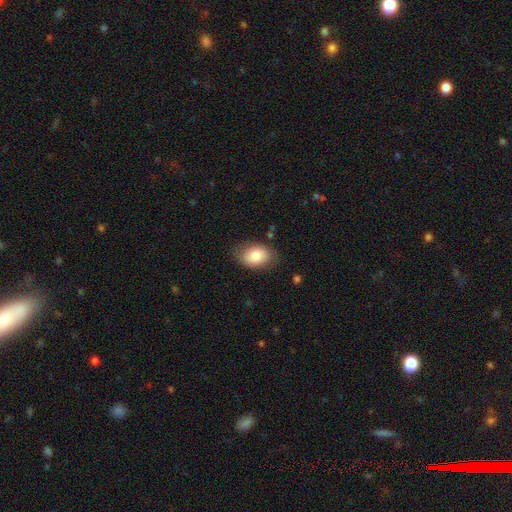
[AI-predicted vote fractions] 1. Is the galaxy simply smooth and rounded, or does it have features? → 81% smooth, 12% featured or disk, 7% star or artifact.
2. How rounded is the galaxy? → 85% in between, 14% round, 1% cigar-shaped.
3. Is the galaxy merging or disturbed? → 78% none, 16% minor disturbance, 4% major disturbance, 1% merger.